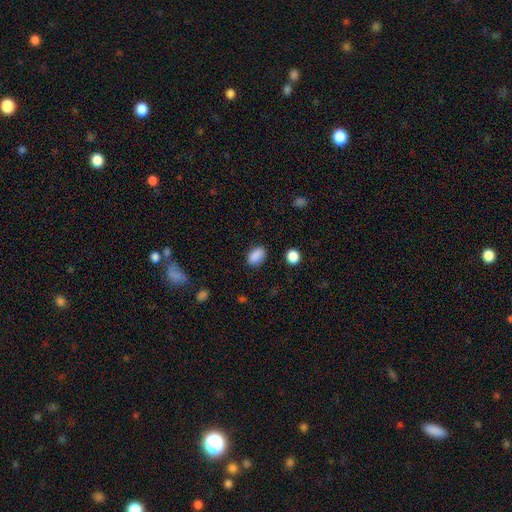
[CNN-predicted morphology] The model was most divided on "merging": none: 83%, minor disturbance: 13%, major disturbance: 3%, merger: 2%. More confident: smooth or featured — smooth (88%); how rounded — in between (86%).